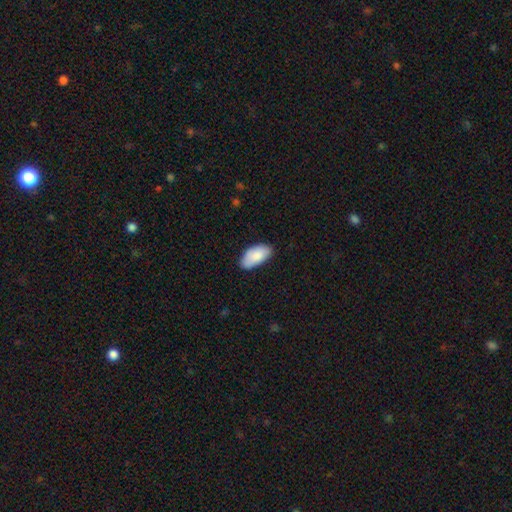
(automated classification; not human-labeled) smooth-or-featured: smooth: 86% | featured or disk: 8% | star or artifact: 6%
  how-rounded: in between: 95% | cigar-shaped: 3% | round: 2%
  merging: none: 71% | minor disturbance: 24% | major disturbance: 3% | merger: 1%